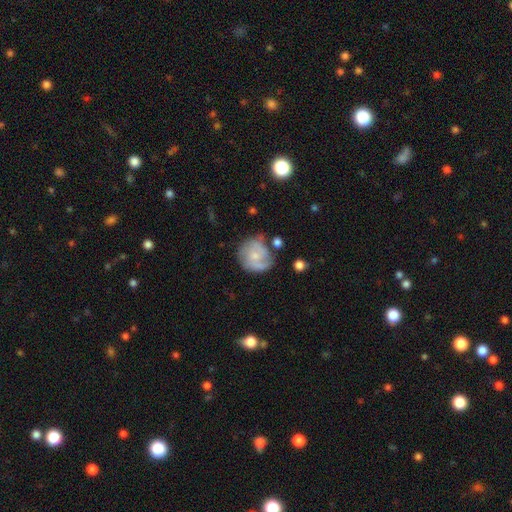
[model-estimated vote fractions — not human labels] smooth_or_featured: featured or disk (p=0.49) [alt: smooth p=0.43]
merging: none (p=0.53) [alt: minor disturbance p=0.26]